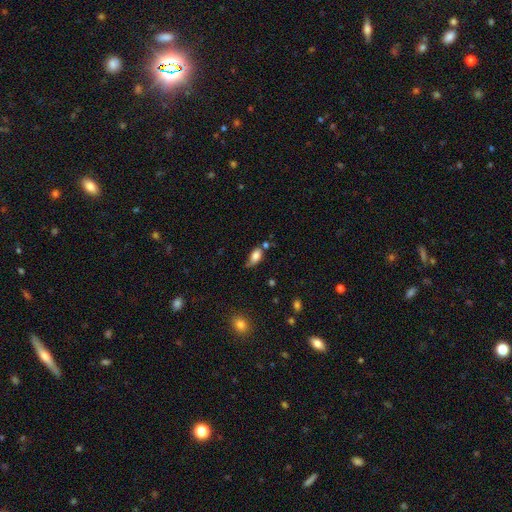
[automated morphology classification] smooth-or-featured: smooth: 77% | featured or disk: 14% | star or artifact: 9%
  how-rounded: in between: 87% | cigar-shaped: 7% | round: 6%
  merging: none: 48% | minor disturbance: 32% | major disturbance: 10% | merger: 9%